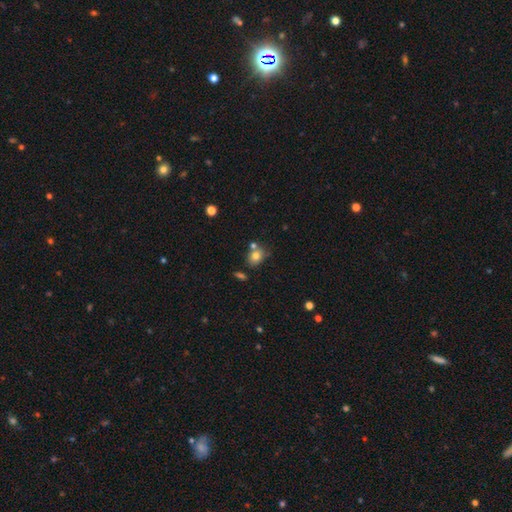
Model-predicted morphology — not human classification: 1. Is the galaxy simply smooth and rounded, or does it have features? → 77% smooth, 11% star or artifact, 11% featured or disk.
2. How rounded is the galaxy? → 53% round, 46% in between, 1% cigar-shaped.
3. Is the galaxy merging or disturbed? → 61% none, 19% merger, 15% minor disturbance, 4% major disturbance.